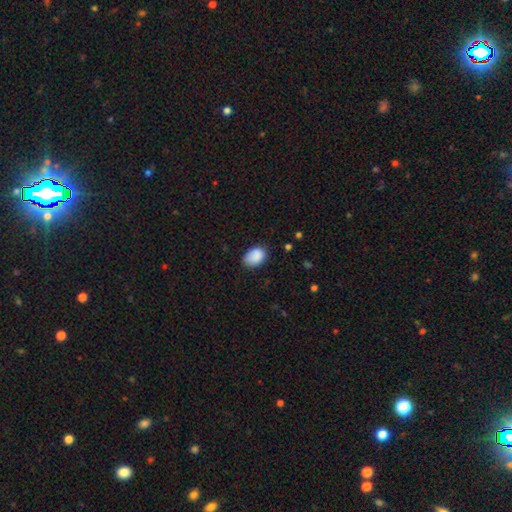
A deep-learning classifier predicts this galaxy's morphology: Smooth or featured: smooth — 87% (star or artifact — 8%)
How rounded: in between — 82% (round — 17%)
Merging: none — 74% (minor disturbance — 21%)